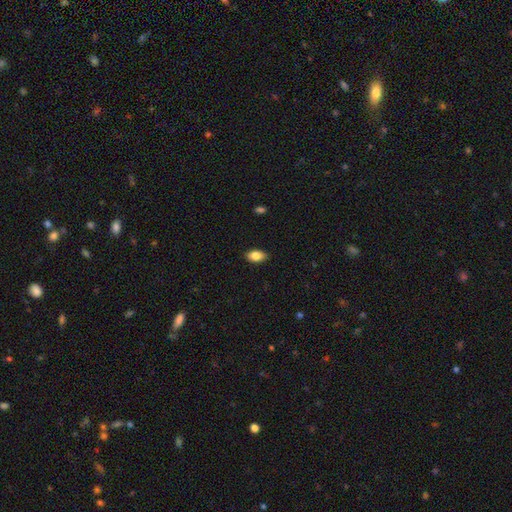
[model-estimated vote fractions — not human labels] This is clearly a smooth galaxy (85%). How rounded: clearly in between (91%). Merging: clearly none (88%).